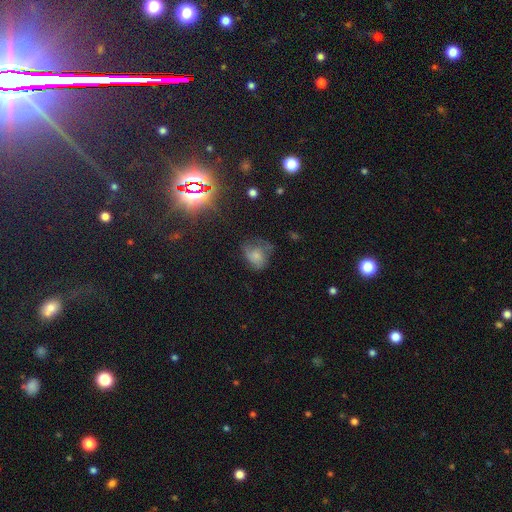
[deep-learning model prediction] Morphology: type=smooth (52%); roundness=round (55%); merging=none (41%).